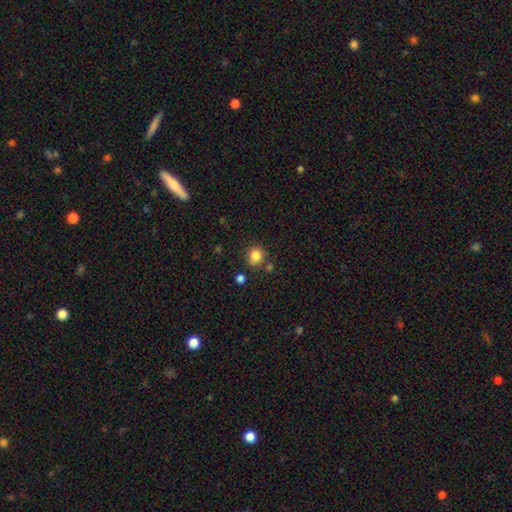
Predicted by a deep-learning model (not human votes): Smooth or featured? Predicted: smooth (p=0.84). How rounded? Predicted: round (p=0.83). Merging? Predicted: none (p=0.75).